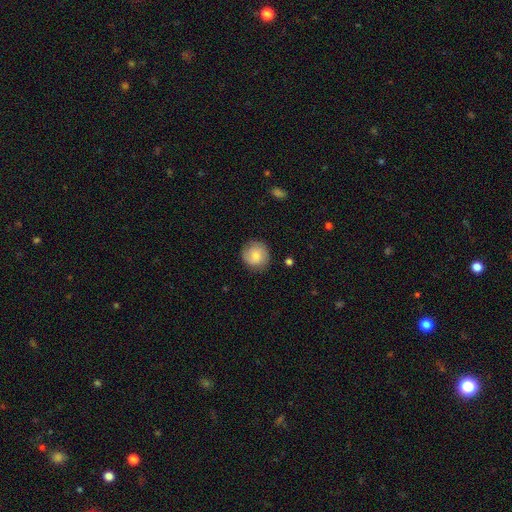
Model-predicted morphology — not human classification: This appears to be a smooth galaxy with no disk features (71%) that is round (90%). Merging: none (83%).